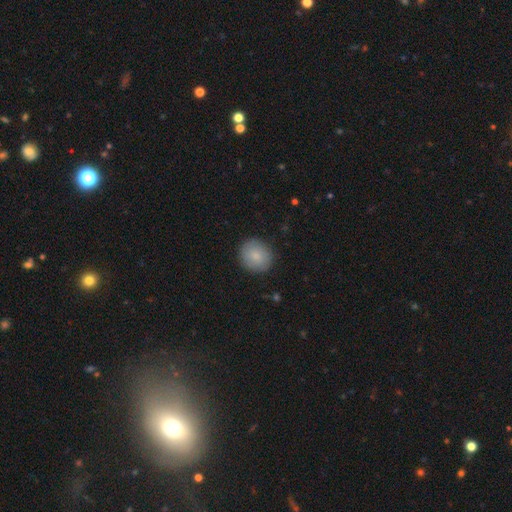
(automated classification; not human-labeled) The model was most divided on "how rounded": round: 83%, in between: 16%, cigar-shaped: 1%. More confident: merging — none (89%); smooth or featured — smooth (84%).